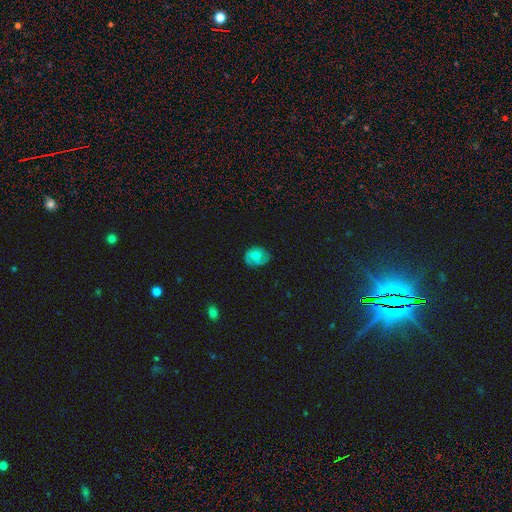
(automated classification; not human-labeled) A featured or disk galaxy (51%). Merging: none (72%).